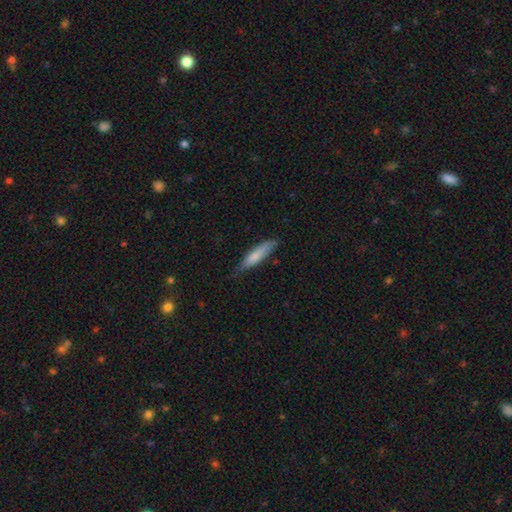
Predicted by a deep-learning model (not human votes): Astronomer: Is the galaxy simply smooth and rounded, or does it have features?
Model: smooth — 73%.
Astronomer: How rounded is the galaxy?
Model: cigar-shaped — 78%.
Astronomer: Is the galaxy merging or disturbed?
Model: none — 72%.